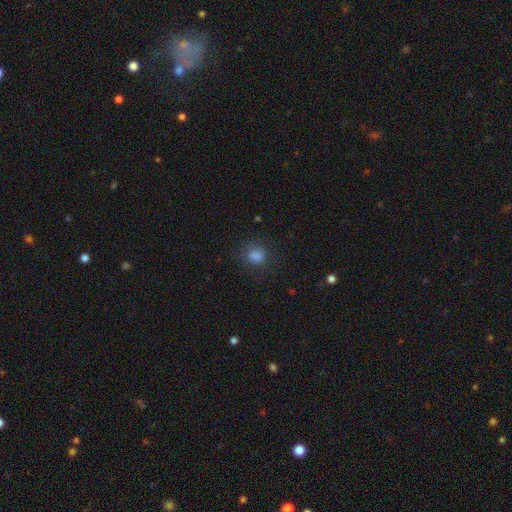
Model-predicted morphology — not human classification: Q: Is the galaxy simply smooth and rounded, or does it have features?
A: smooth — 78%.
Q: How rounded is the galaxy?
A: round — 68%.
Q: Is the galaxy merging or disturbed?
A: none — 77%.